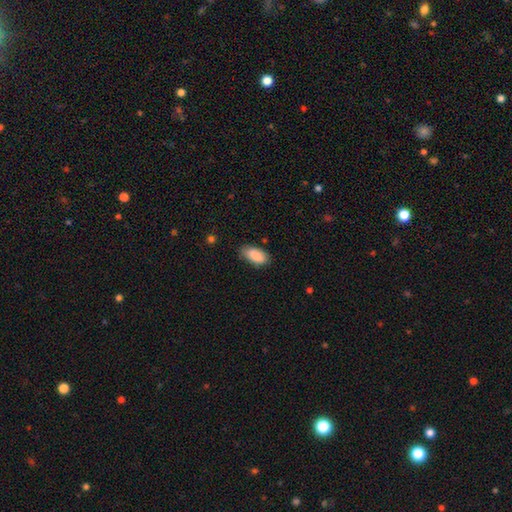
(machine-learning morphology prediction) This is clearly a smooth galaxy (89%). How rounded: clearly in between (90%). Merging: likely none (74%).